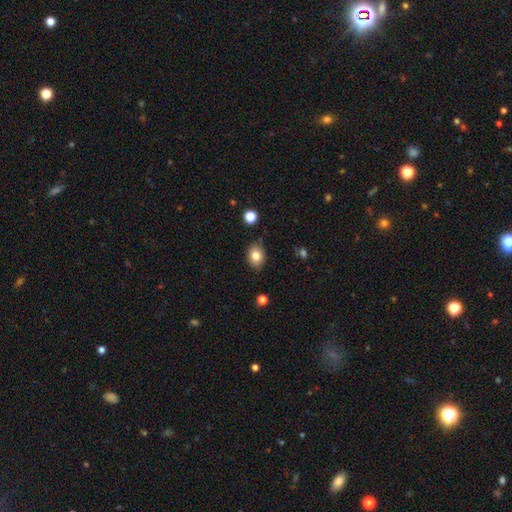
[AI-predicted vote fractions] The model was most divided on "how rounded": in between: 72%, round: 27%, cigar-shaped: 1%. More confident: merging — none (83%); smooth or featured — smooth (82%).